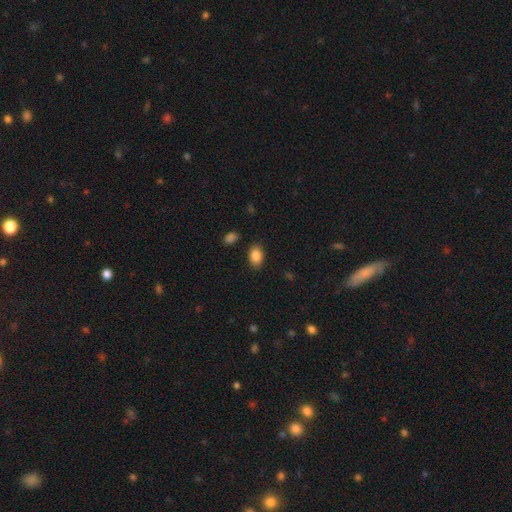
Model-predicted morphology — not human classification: This appears to be a smooth galaxy with no disk features (86%) that is in between round and cigar-shaped (86%). Merging: none (86%).